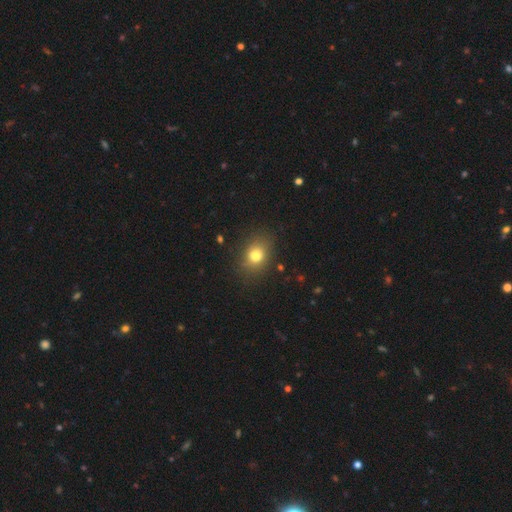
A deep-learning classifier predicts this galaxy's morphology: Smooth or featured? smooth (78%)
How rounded? in between (57%)
Merging? none (78%)